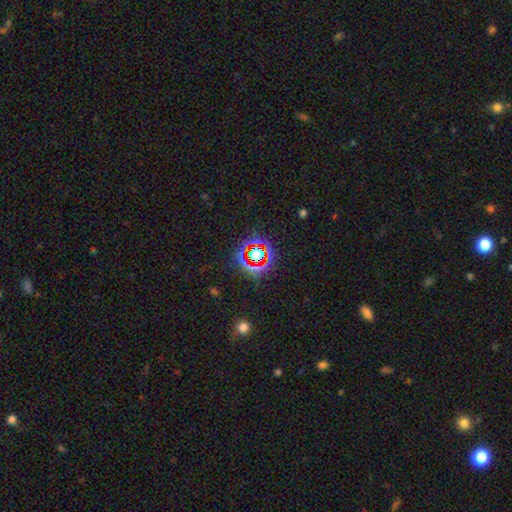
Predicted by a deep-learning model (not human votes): Smooth or featured?
  - star or artifact: 73% *
  - smooth: 16%
  - featured or disk: 11%